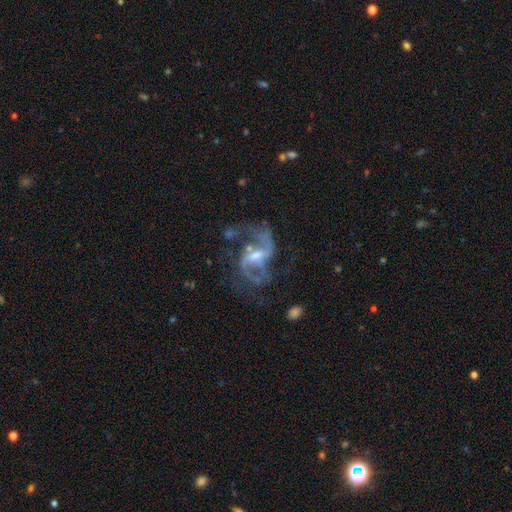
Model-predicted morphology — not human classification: smooth_or_featured: featured or disk (p=0.88) [alt: star or artifact p=0.07]
disk_edge_on: no (p=0.98) [alt: yes p=0.02]
bar: weak (p=0.52) [alt: strong p=0.31]
has_spiral_arms: yes (p=0.94) [alt: no p=0.06]
spiral_winding: loose (p=0.56) [alt: medium p=0.37]
spiral_arm_count: 2 (p=0.83) [alt: can't tell p=0.05]
bulge_size: moderate (p=0.46) [alt: small p=0.39]
merging: none (p=0.47) [alt: major disturbance p=0.28]